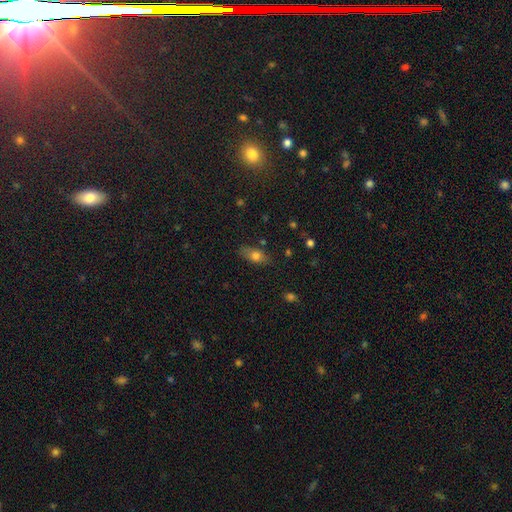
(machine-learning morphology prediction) smooth_or_featured: smooth (p=0.73) [alt: featured or disk p=0.18]
how_rounded: in between (p=0.80) [alt: cigar-shaped p=0.13]
merging: none (p=0.78) [alt: minor disturbance p=0.16]